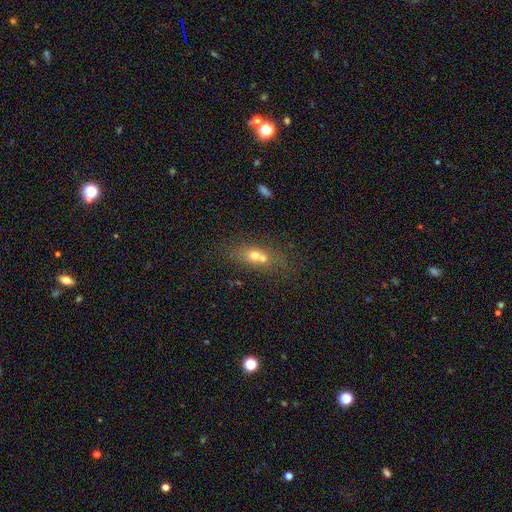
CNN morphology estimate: Q: Smooth or featured?
A: smooth (60%); runner-up: featured or disk (25%)
Q: How rounded?
A: in between (53%); runner-up: round (35%)
Q: Merging?
A: merger (53%); runner-up: none (33%)